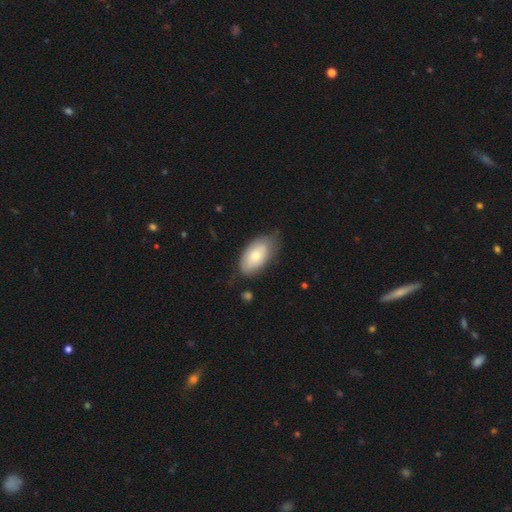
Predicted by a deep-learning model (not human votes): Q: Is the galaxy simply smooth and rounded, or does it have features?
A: smooth — 67%.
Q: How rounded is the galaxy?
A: in between — 94%.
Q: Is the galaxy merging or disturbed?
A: none — 66%.